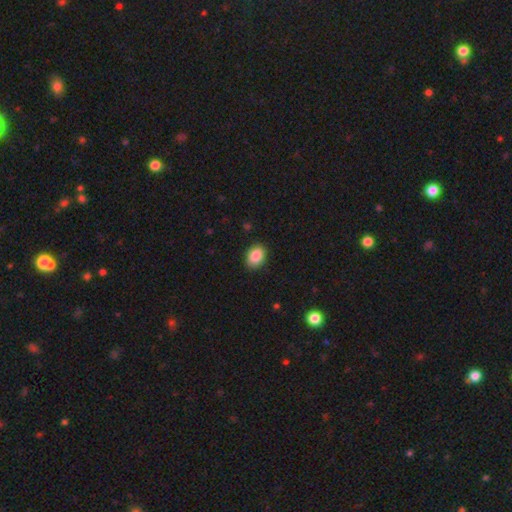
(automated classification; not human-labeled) smooth 88%, star or artifact 8%, featured or disk 4%. Down the decision tree: how rounded — in between (76%); merging — none (89%).